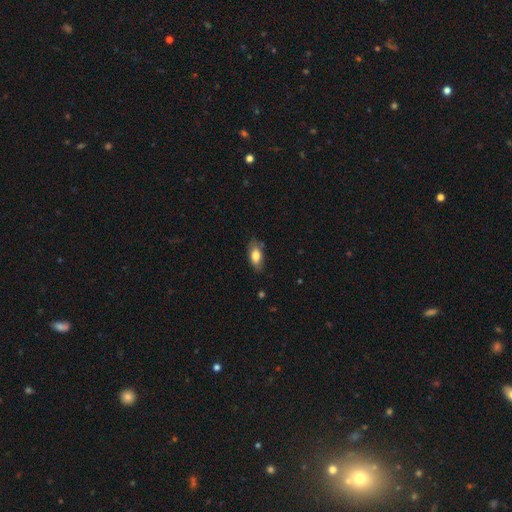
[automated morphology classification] A smooth galaxy with no disk features (76%) that is in between round and cigar-shaped (87%).

Vote fractions:
- Smooth or featured? smooth: 76% / featured or disk: 17% / star or artifact: 7%
- How rounded? in between: 87% / cigar-shaped: 9% / round: 4%
- Merging? none: 75% / minor disturbance: 20% / major disturbance: 4% / merger: 2%